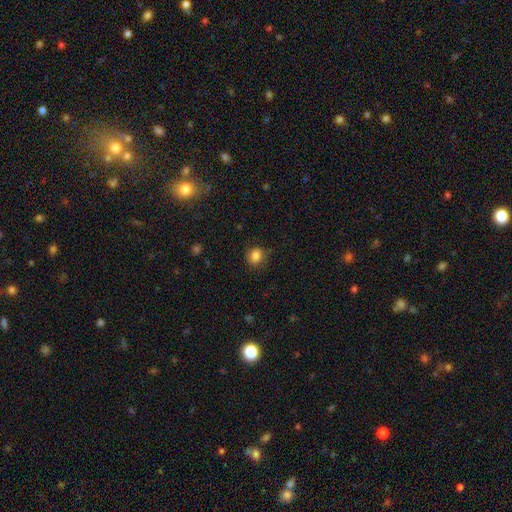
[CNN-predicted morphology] smooth_or_featured: smooth (p=0.84) [alt: star or artifact p=0.10]
how_rounded: round (p=0.73) [alt: in between p=0.26]
merging: none (p=0.83) [alt: minor disturbance p=0.13]